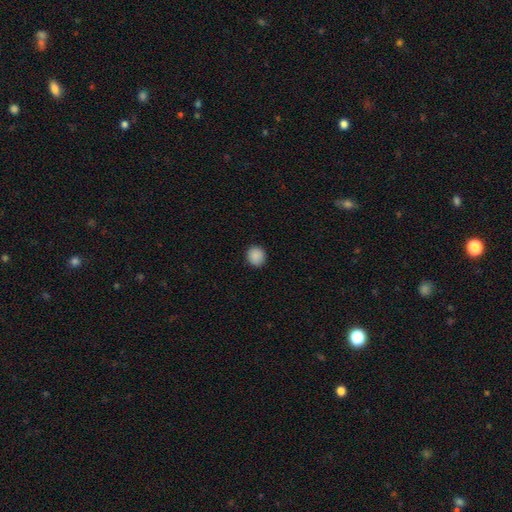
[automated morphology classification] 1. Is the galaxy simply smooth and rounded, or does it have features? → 89% smooth, 8% star or artifact, 2% featured or disk.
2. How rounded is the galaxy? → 89% round, 10% in between, 1% cigar-shaped.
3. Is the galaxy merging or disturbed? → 91% none, 7% minor disturbance, 2% major disturbance, 1% merger.